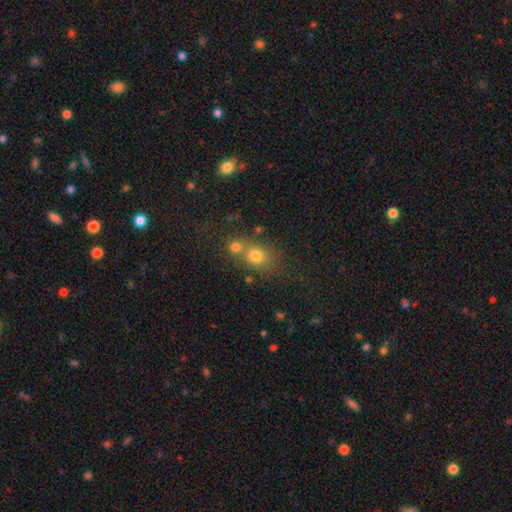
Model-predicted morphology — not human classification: Smooth or featured: smooth — 73% (star or artifact — 15%)
How rounded: round — 65% (in between — 33%)
Merging: none — 45% (merger — 41%)